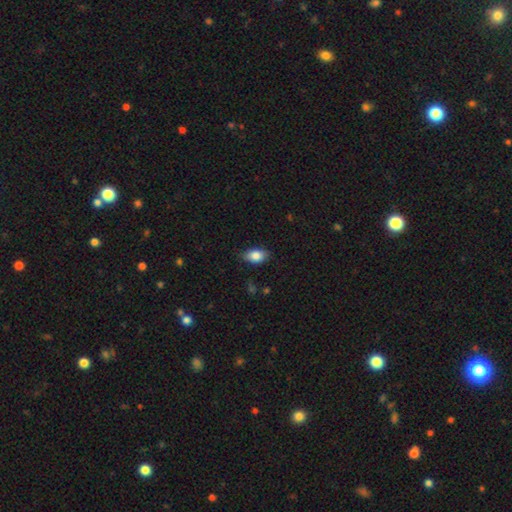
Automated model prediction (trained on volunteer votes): Overall: smooth (84%). How rounded: in between (88%). Merging: none (80%).